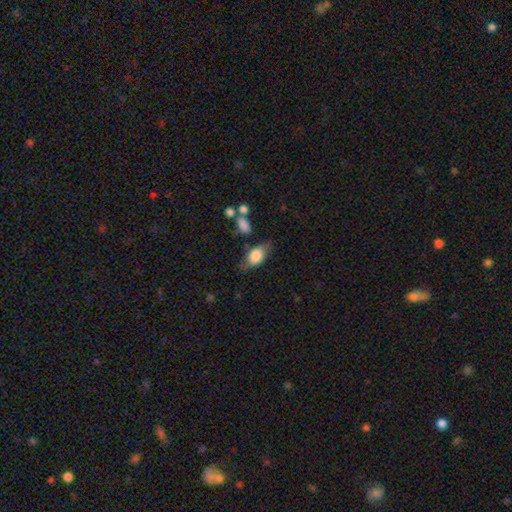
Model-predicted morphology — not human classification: Smooth or featured? smooth (72%)
How rounded? in between (86%)
Merging? none (59%)